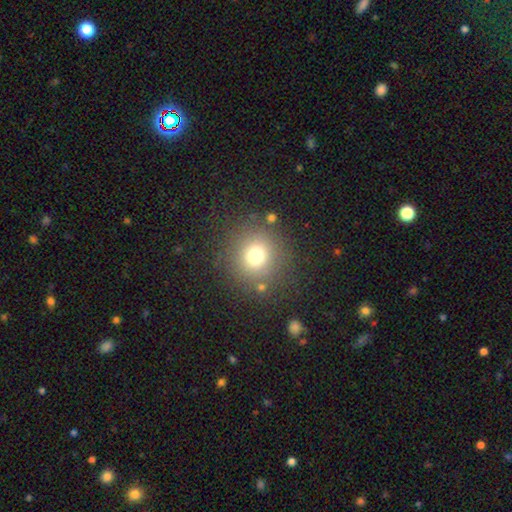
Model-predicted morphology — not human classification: Q: Smooth or featured?
A: smooth (73%); runner-up: star or artifact (18%)
Q: How rounded?
A: round (93%); runner-up: in between (6%)
Q: Merging?
A: none (84%); runner-up: minor disturbance (8%)